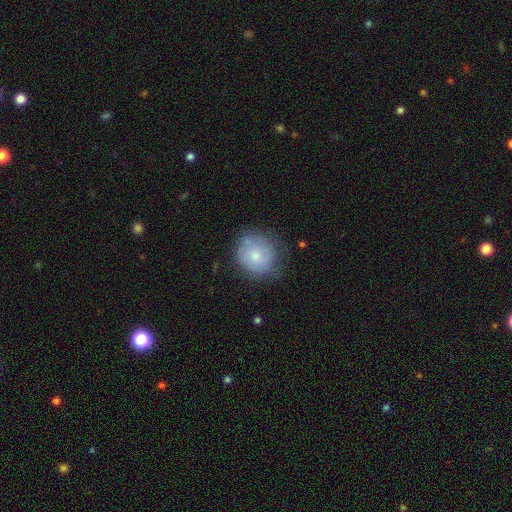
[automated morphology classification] Smooth or featured: smooth — 65% (featured or disk — 27%)
How rounded: round — 87% (in between — 12%)
Merging: none — 61% (minor disturbance — 27%)